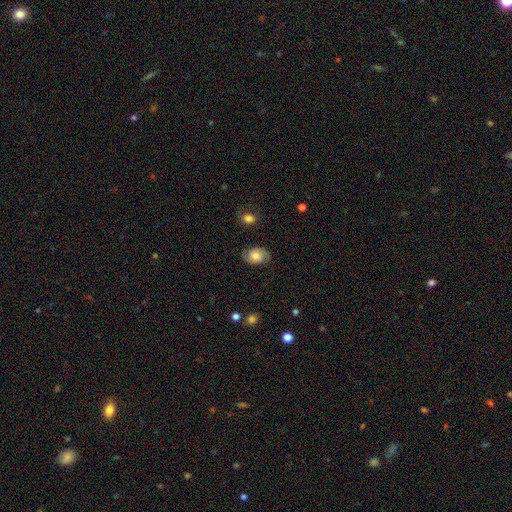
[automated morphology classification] Overall: smooth (51%; featured or disk 40%). How rounded: in between (75%). Merging: none (78%).